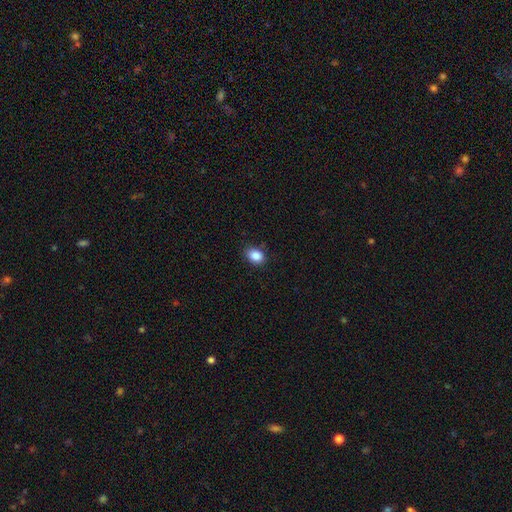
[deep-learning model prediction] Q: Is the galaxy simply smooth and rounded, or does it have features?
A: smooth — 87%.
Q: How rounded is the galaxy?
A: in between — 67%.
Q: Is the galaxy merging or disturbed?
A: none — 83%.